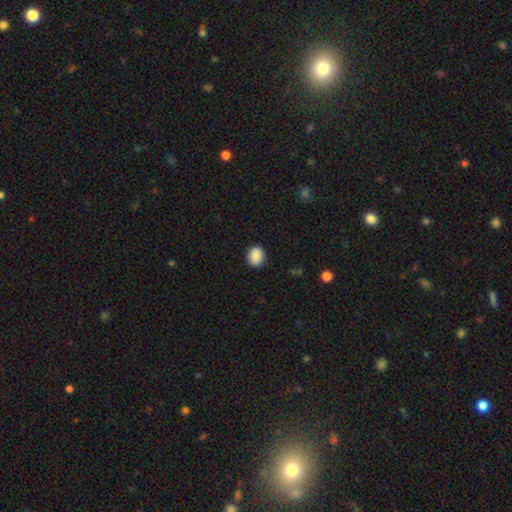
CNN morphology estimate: Smooth or featured: smooth — 89% (star or artifact — 8%)
How rounded: round — 62% (in between — 37%)
Merging: none — 89% (minor disturbance — 8%)